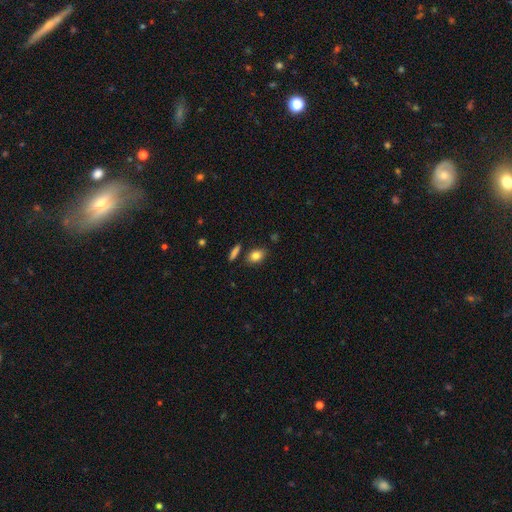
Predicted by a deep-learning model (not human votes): This is clearly a smooth galaxy (82%). How rounded: likely in between (78%). Merging: clearly none (81%).